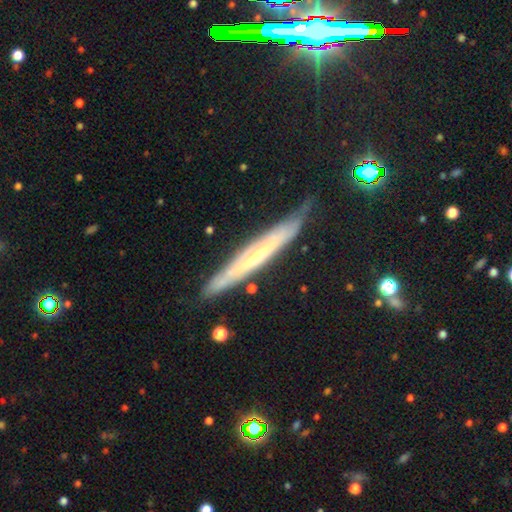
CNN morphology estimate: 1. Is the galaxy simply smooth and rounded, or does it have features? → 66% featured or disk, 28% smooth, 7% star or artifact.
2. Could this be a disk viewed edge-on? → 86% yes, 14% no.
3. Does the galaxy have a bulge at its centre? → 50% none, 43% rounded, 7% boxy.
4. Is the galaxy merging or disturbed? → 76% none, 18% minor disturbance, 3% major disturbance, 2% merger.